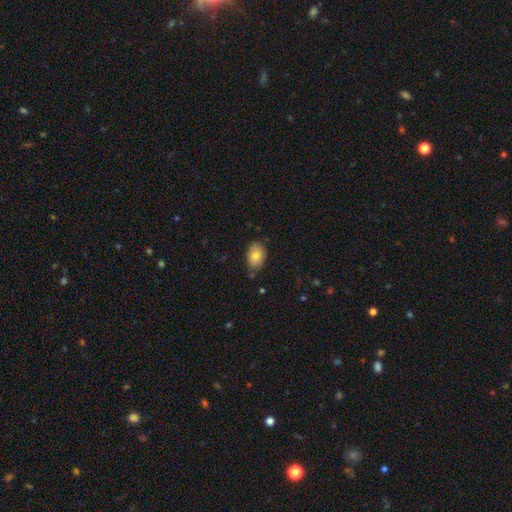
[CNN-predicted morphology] type=smooth (79%); roundness=in between (83%); merging=none (80%).